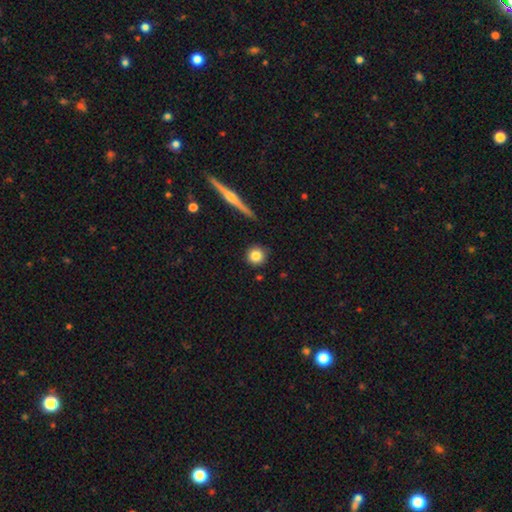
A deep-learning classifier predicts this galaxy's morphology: smooth-or-featured: smooth: 83% | star or artifact: 9% | featured or disk: 8%
  how-rounded: round: 94% | in between: 5% | cigar-shaped: 1%
  merging: none: 88% | minor disturbance: 7% | merger: 3% | major disturbance: 2%